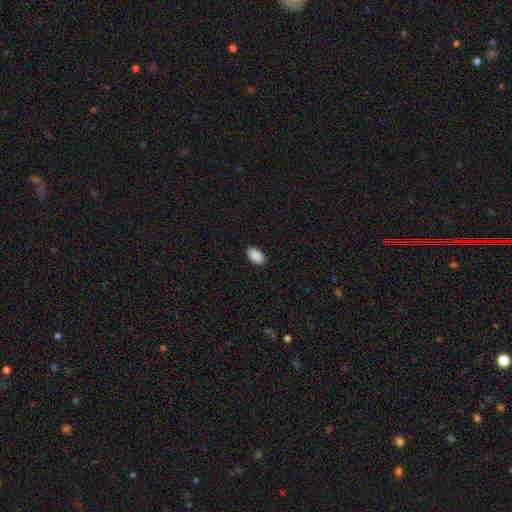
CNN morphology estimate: type=smooth (91%); roundness=in between (95%); merging=none (90%).